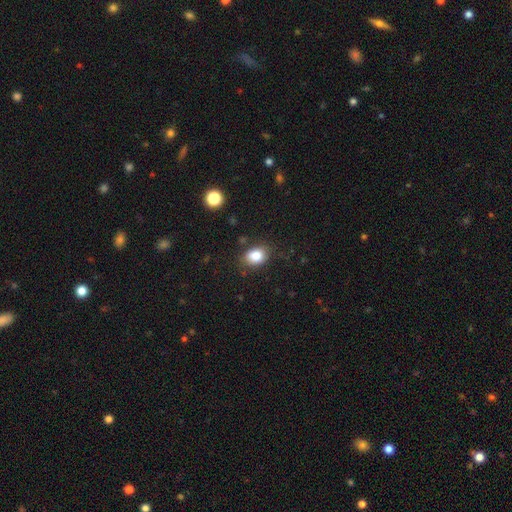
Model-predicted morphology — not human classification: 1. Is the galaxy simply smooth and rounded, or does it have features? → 84% smooth, 10% star or artifact, 6% featured or disk.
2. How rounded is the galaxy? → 68% in between, 31% round, 1% cigar-shaped.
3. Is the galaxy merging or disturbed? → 79% none, 15% minor disturbance, 4% major disturbance, 2% merger.